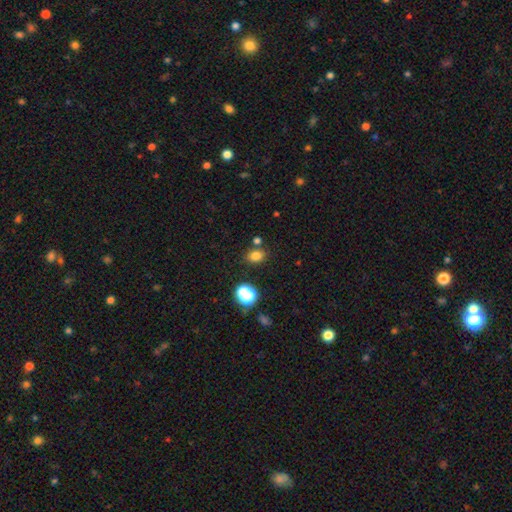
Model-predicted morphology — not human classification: This is likely a smooth galaxy (77%). How rounded: possibly in between (54%). Merging: likely none (75%).